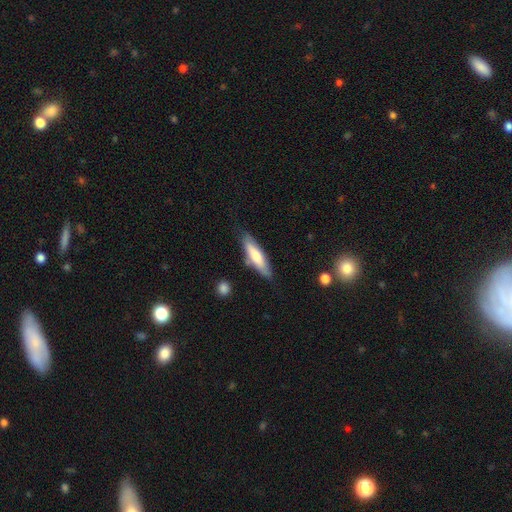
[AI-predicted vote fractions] A smooth galaxy with no disk features (64%) that is cigar-shaped (69%).

Vote fractions:
- Smooth or featured? smooth: 64% / featured or disk: 30% / star or artifact: 6%
- How rounded? cigar-shaped: 69% / in between: 29% / round: 2%
- Merging? none: 78% / minor disturbance: 16% / merger: 4% / major disturbance: 3%